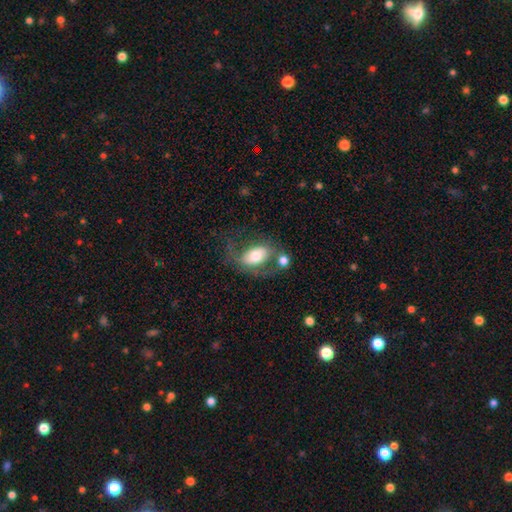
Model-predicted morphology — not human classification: Smooth or featured? Predicted: smooth (p=0.54). How rounded? Predicted: in between (p=0.86). Merging? Predicted: none (p=0.39).